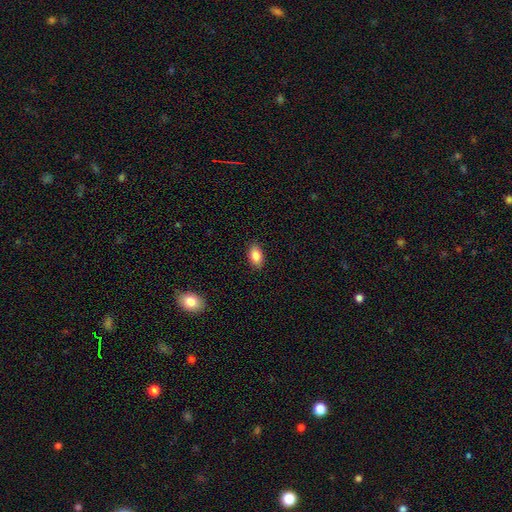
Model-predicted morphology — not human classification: A smooth galaxy with no disk features (86%) that is in between round and cigar-shaped (91%). Merging: none (88%).